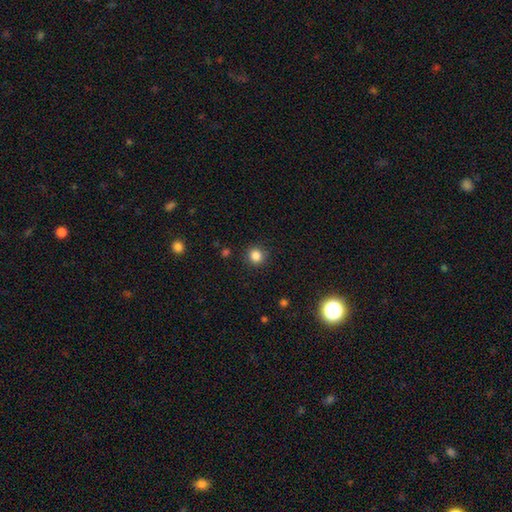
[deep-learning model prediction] Smooth or featured: smooth — 84% (star or artifact — 12%)
How rounded: round — 93% (in between — 7%)
Merging: none — 90% (minor disturbance — 6%)